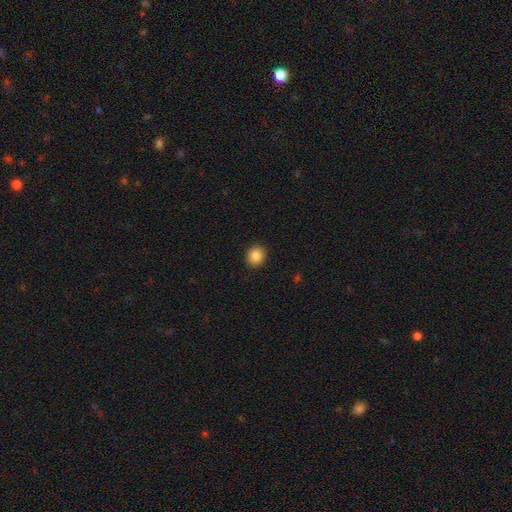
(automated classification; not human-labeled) smooth 86%, star or artifact 9%, featured or disk 4%. Down the decision tree: how rounded — round (79%); merging — none (92%).